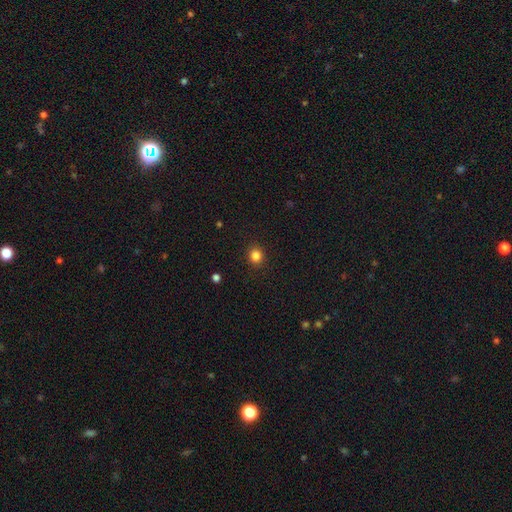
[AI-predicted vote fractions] Smooth or featured: smooth — 84% (star or artifact — 12%)
How rounded: round — 85% (in between — 14%)
Merging: none — 91% (minor disturbance — 6%)